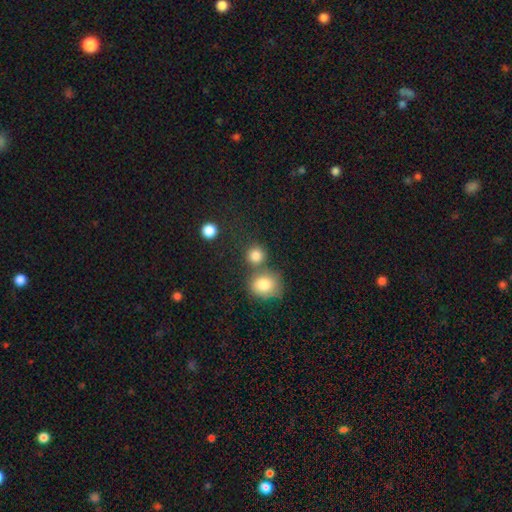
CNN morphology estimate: Q: Smooth or featured?
A: smooth (83%); runner-up: star or artifact (11%)
Q: How rounded?
A: round (87%); runner-up: in between (12%)
Q: Merging?
A: none (62%); runner-up: merger (26%)